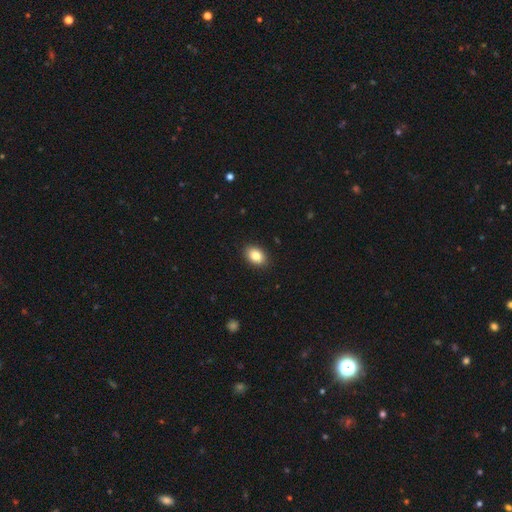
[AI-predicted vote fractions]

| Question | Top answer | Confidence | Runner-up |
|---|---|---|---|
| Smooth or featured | smooth | 85% | star or artifact (8%) |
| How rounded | in between | 82% | round (17%) |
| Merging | none | 90% | minor disturbance (8%) |